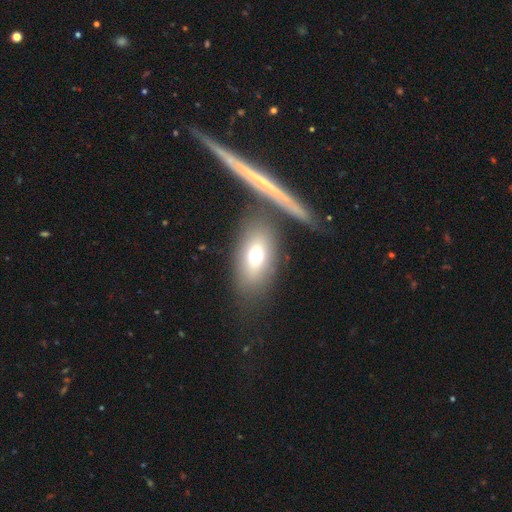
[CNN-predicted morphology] Smooth or featured?
  - smooth: 65% *
  - featured or disk: 23%
  - star or artifact: 12%
How rounded?
  - in between: 78% *
  - round: 16%
  - cigar-shaped: 6%
Merging?
  - none: 71% *
  - merger: 12%
  - minor disturbance: 11%
  - major disturbance: 6%